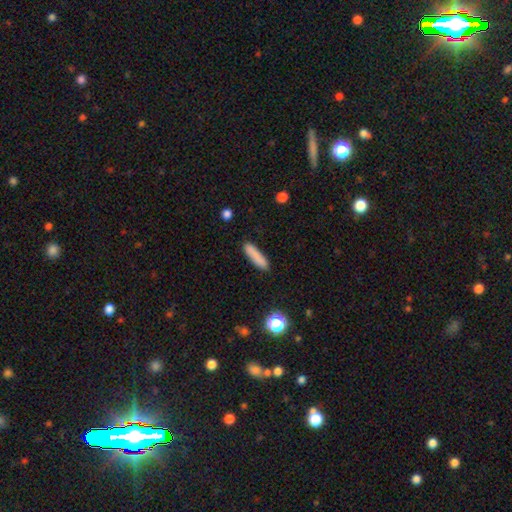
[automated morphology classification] Smooth or featured?
  - smooth: 85% *
  - star or artifact: 8%
  - featured or disk: 7%
How rounded?
  - cigar-shaped: 78% *
  - in between: 21%
  - round: 2%
Merging?
  - none: 86% *
  - minor disturbance: 10%
  - major disturbance: 2%
  - merger: 2%